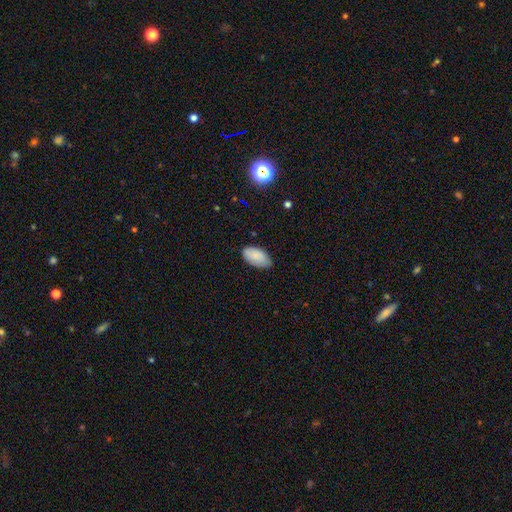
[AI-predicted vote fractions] Smooth or featured: smooth — 87% (star or artifact — 7%)
How rounded: in between — 95% (round — 3%)
Merging: none — 78% (minor disturbance — 18%)